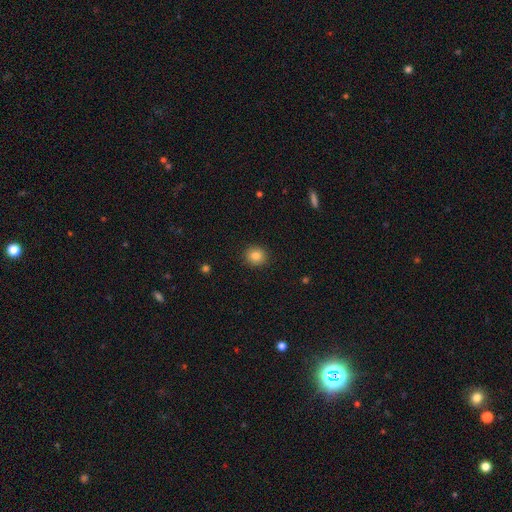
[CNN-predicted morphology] Smooth or featured? smooth (84%)
How rounded? round (85%)
Merging? none (91%)